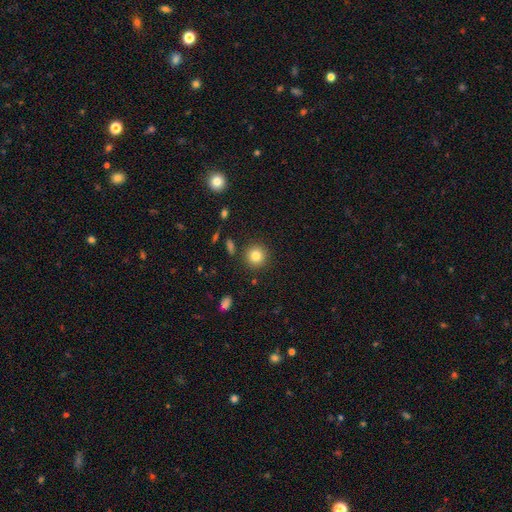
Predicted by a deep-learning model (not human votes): This is clearly a smooth galaxy (83%). How rounded: clearly round (93%). Merging: clearly none (88%).